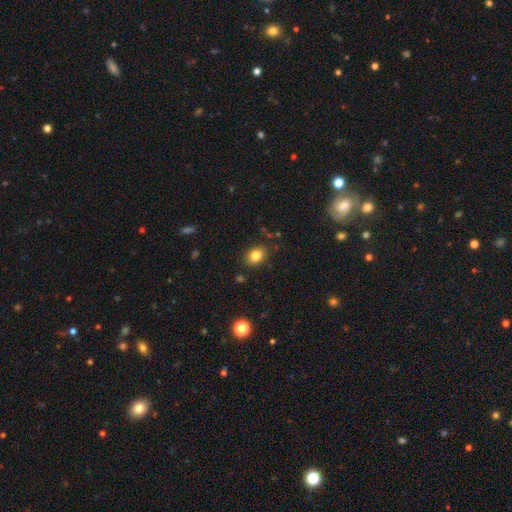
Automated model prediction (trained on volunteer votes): Smooth or featured? Predicted: smooth (p=0.82). How rounded? Predicted: in between (p=0.57). Merging? Predicted: none (p=0.85).